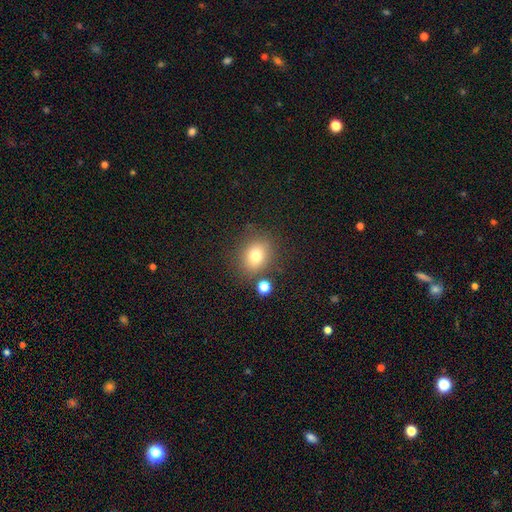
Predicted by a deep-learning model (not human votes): smooth_or_featured: smooth (p=0.77) [alt: star or artifact p=0.13]
how_rounded: round (p=0.59) [alt: in between p=0.40]
merging: none (p=0.77) [alt: minor disturbance p=0.12]